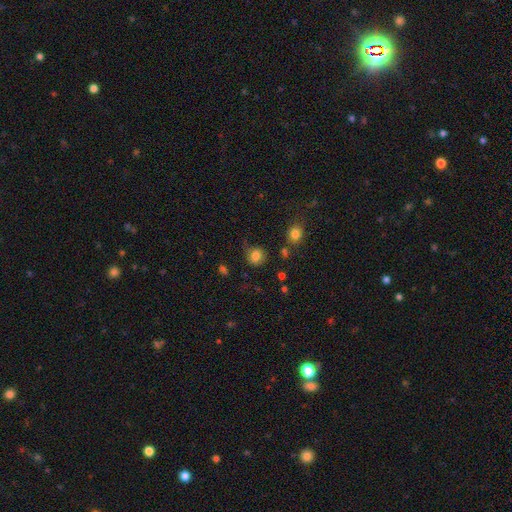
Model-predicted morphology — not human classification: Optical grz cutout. It shows a smooth galaxy with no disk features (79%) that is round (76%). Merging: none (66%).